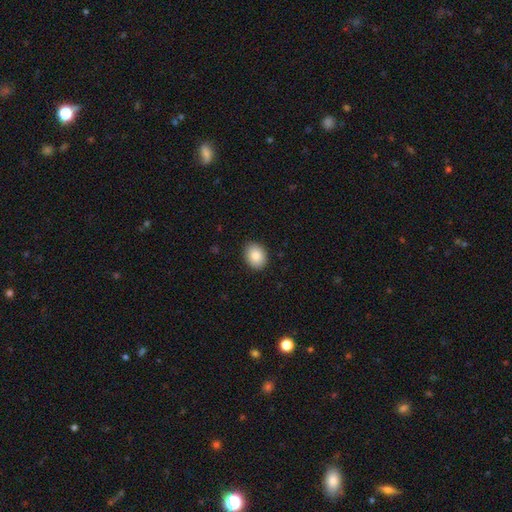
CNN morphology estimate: Smooth or featured? smooth (86%)
How rounded? in between (58%)
Merging? none (89%)